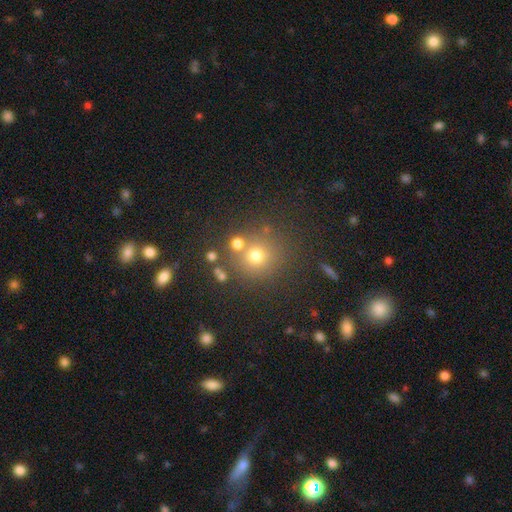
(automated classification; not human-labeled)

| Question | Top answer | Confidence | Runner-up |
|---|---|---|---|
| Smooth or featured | smooth | 69% | star or artifact (21%) |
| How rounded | round | 91% | in between (8%) |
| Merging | none | 72% | merger (14%) |